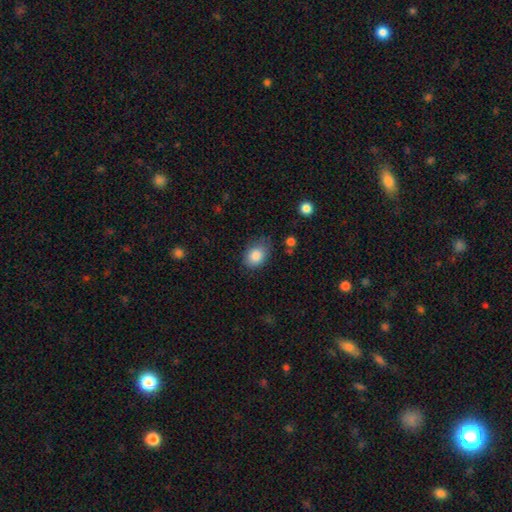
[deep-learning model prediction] A smooth galaxy with no disk features (86%) that is in between round and cigar-shaped (68%). Merging: none (68%).